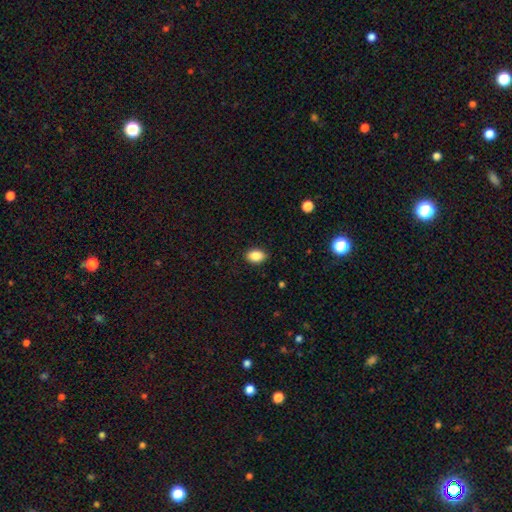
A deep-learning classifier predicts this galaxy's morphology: smooth_or_featured: smooth (p=0.87) [alt: star or artifact p=0.08]
how_rounded: in between (p=0.84) [alt: round p=0.14]
merging: none (p=0.87) [alt: minor disturbance p=0.09]